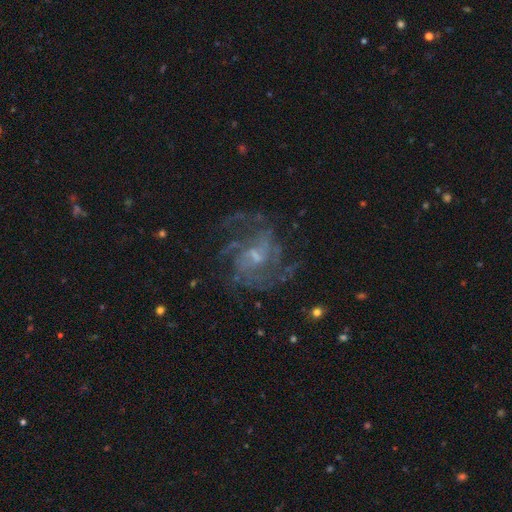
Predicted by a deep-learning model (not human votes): Smooth or featured: featured or disk — 83% (star or artifact — 9%)
Edge-on disk: no — 98% (yes — 2%)
Bar: weak — 49% (no — 42%)
Spiral arms: yes — 91% (no — 9%)
Spiral winding: medium — 48% (tight — 29%)
Spiral arm count: can't tell — 31% (3 — 22%)
Bulge size: small — 55% (moderate — 28%)
Merging: none — 61% (major disturbance — 20%)